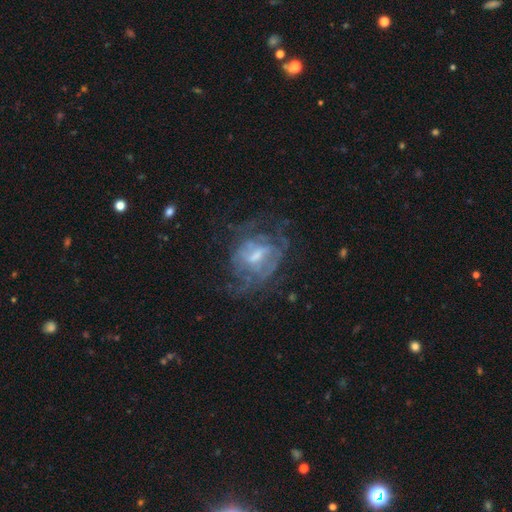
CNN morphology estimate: Overall: featured or disk (72%). Edge-on disk: no (96%). Bar: weak (50%; no 34%). Spiral arms: yes (58%; no 42%). Bulge size: moderate (43%; small 37%). Merging: none (52%; major disturbance 26%).